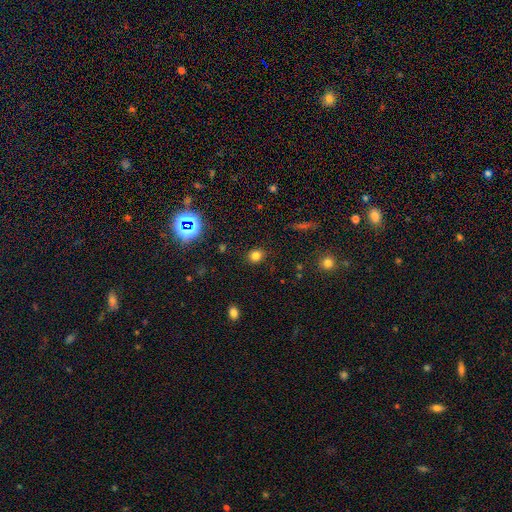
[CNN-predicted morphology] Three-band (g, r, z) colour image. It shows a smooth galaxy with no disk features (78%) that is round (78%). Merging: none (88%).